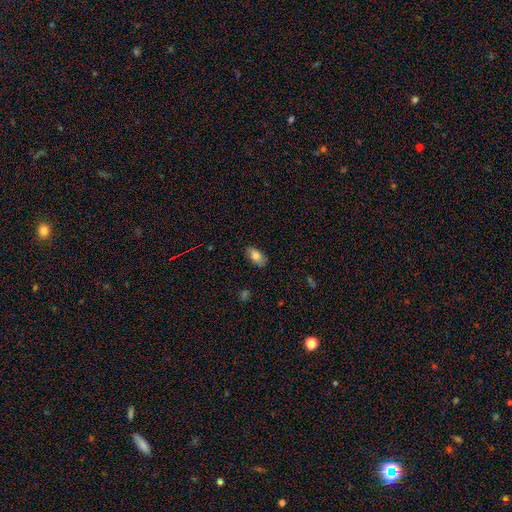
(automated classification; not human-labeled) smooth 80%, featured or disk 12%, star or artifact 8%. Down the decision tree: how rounded — in between (92%); merging — none (81%).